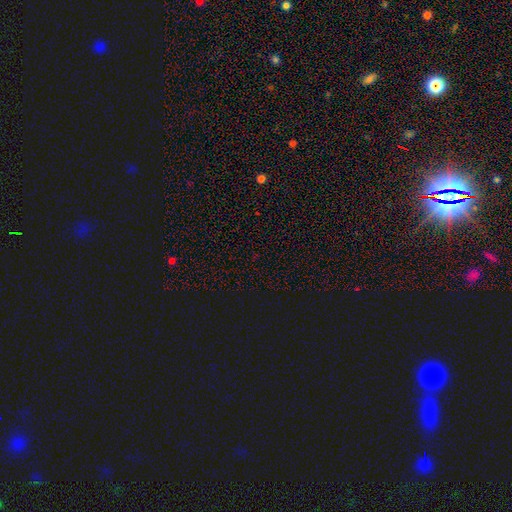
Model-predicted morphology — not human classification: A star or artifact, not a galaxy (71%).